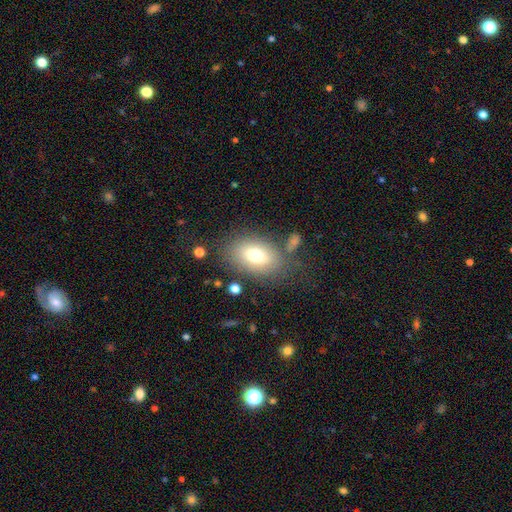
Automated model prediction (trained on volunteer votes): Smooth or featured? Predicted: smooth (p=0.72). How rounded? Predicted: in between (p=0.81). Merging? Predicted: none (p=0.70).